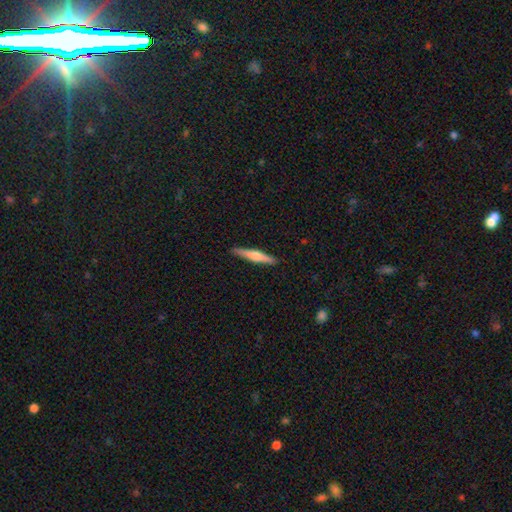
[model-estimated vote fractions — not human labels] Overall: featured or disk (52%; smooth 42%). Edge-on disk: yes (97%). Edge-on bulge: rounded (78%). Merging: none (91%).